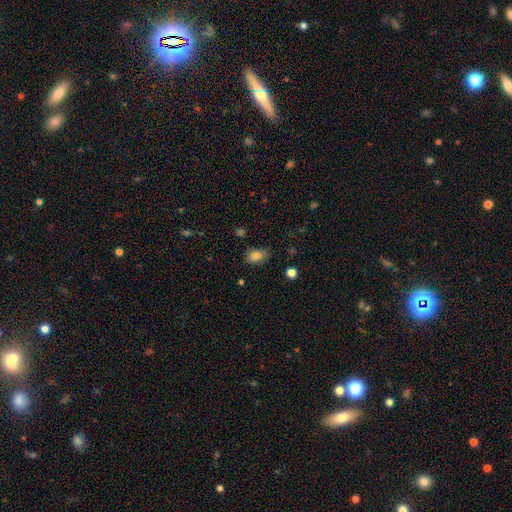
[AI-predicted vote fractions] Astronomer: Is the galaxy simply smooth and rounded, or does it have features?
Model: smooth — 83%.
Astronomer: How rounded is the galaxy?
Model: in between — 83%.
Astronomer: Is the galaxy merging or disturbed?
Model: none — 78%.